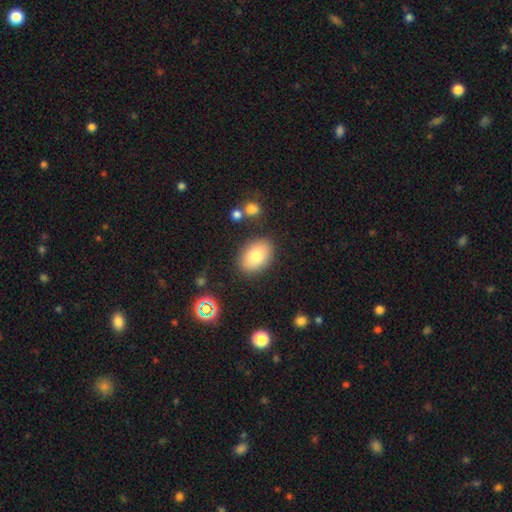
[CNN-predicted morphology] Smooth or featured? Predicted: smooth (p=0.79). How rounded? Predicted: in between (p=0.79). Merging? Predicted: none (p=0.84).